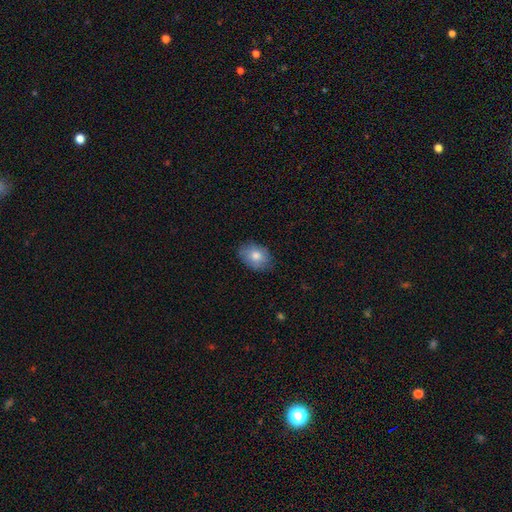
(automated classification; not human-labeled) smooth_or_featured: smooth (p=0.78) [alt: featured or disk p=0.14]
how_rounded: in between (p=0.80) [alt: round p=0.19]
merging: none (p=0.82) [alt: minor disturbance p=0.15]